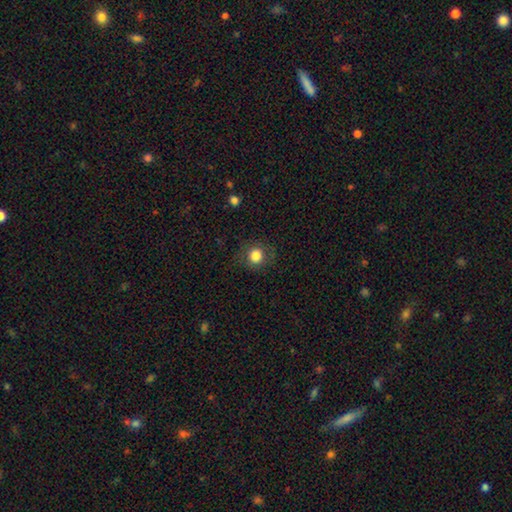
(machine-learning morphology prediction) Overall: smooth (82%). How rounded: round (89%). Merging: none (84%).